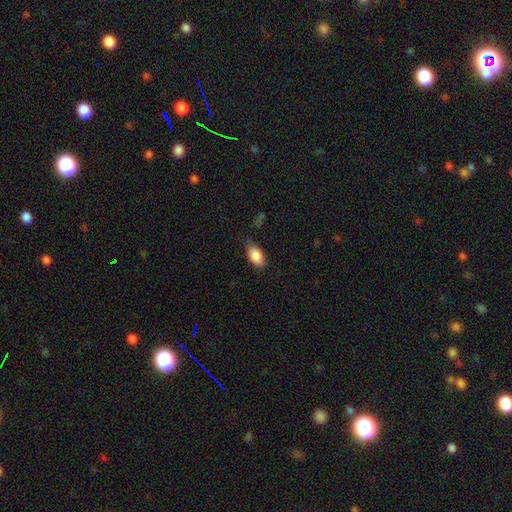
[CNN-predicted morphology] Overall: smooth (86%). How rounded: in between (91%). Merging: none (71%).